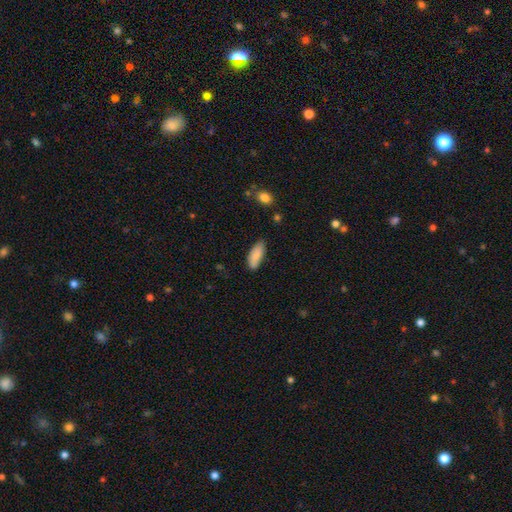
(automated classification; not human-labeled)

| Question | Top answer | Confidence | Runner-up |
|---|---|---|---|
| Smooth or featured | smooth | 88% | featured or disk (6%) |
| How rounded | in between | 77% | cigar-shaped (21%) |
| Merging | none | 76% | minor disturbance (19%) |